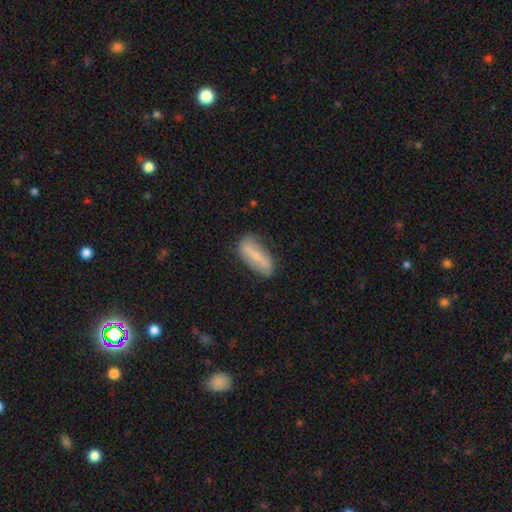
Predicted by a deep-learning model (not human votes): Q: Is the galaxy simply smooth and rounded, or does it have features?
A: smooth — 47%.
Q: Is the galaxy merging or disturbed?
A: none — 77%.